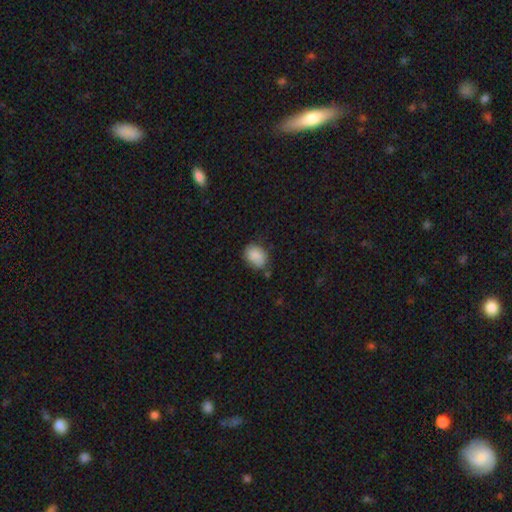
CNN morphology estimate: Smooth or featured: smooth — 86% (star or artifact — 7%)
How rounded: in between — 60% (round — 39%)
Merging: none — 69% (minor disturbance — 22%)